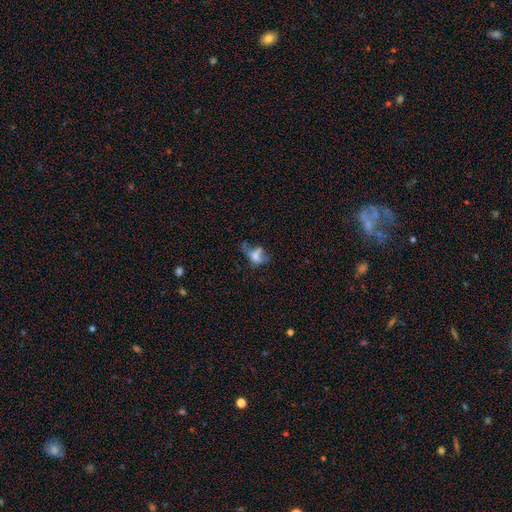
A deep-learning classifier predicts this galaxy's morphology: This appears to be a smooth galaxy with no disk features (49%). Merging: major disturbance (35%).